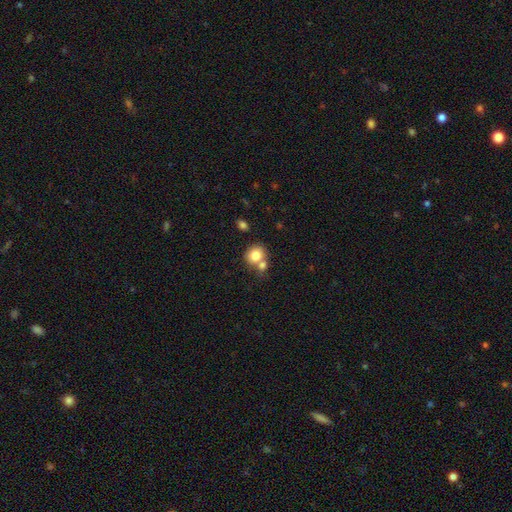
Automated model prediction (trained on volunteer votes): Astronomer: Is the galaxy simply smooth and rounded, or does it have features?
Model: smooth — 80%.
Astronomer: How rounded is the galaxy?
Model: round — 72%.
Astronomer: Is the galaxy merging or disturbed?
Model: none — 45% (runner-up: merger, 42%).